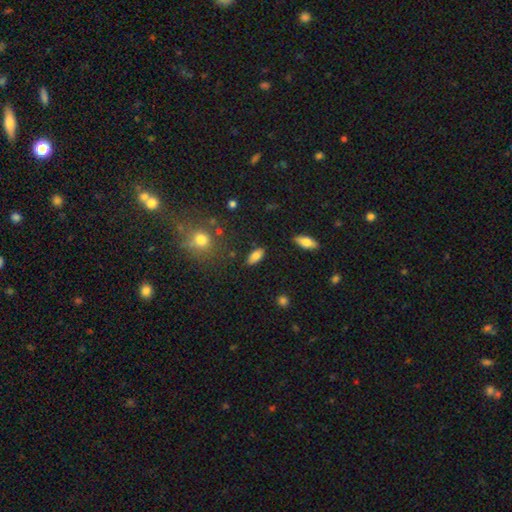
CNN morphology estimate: A smooth galaxy with no disk features (78%) that is in between round and cigar-shaped (84%).

Vote fractions:
- Smooth or featured? smooth: 78% / featured or disk: 14% / star or artifact: 8%
- How rounded? in between: 84% / cigar-shaped: 13% / round: 3%
- Merging? none: 84% / minor disturbance: 11% / major disturbance: 3% / merger: 2%